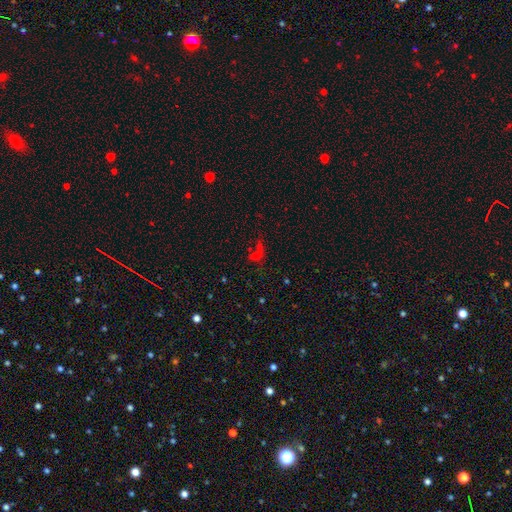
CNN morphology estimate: Smooth or featured? star or artifact (44%)